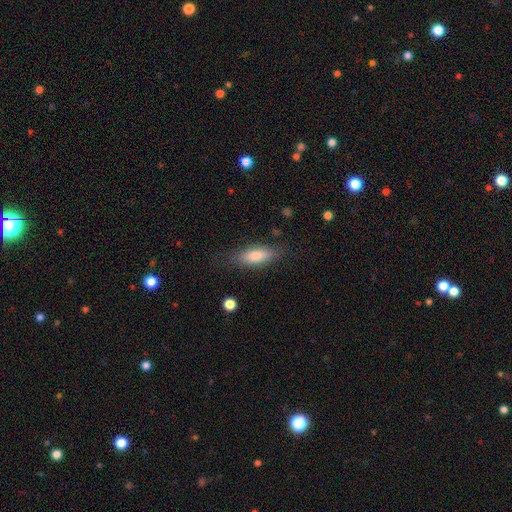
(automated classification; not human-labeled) The model was most divided on "how rounded": in between: 64%, cigar-shaped: 34%, round: 3%. More confident: merging — none (76%); smooth or featured — smooth (75%).